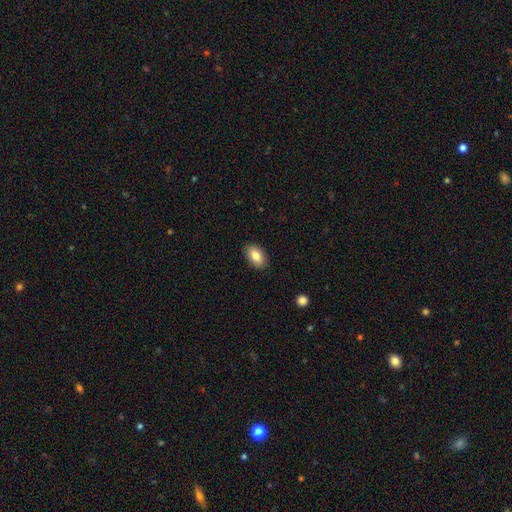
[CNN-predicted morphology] Smooth or featured?
  - smooth: 83% *
  - featured or disk: 10%
  - star or artifact: 7%
How rounded?
  - in between: 91% *
  - round: 7%
  - cigar-shaped: 2%
Merging?
  - none: 89% *
  - minor disturbance: 8%
  - major disturbance: 2%
  - merger: 1%